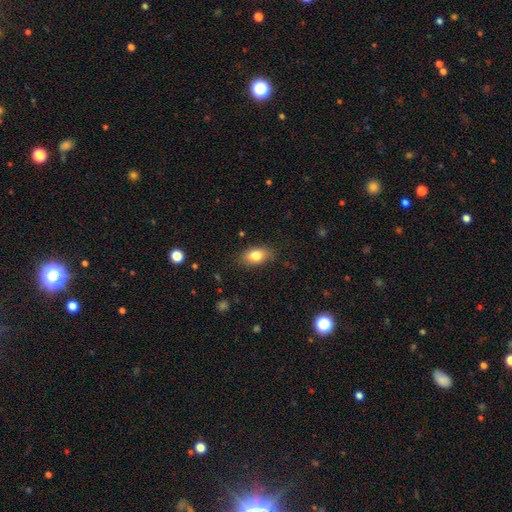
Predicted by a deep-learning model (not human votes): smooth-or-featured: smooth: 81% | featured or disk: 11% | star or artifact: 8%
  how-rounded: in between: 87% | round: 9% | cigar-shaped: 3%
  merging: none: 82% | minor disturbance: 14% | major disturbance: 3% | merger: 1%